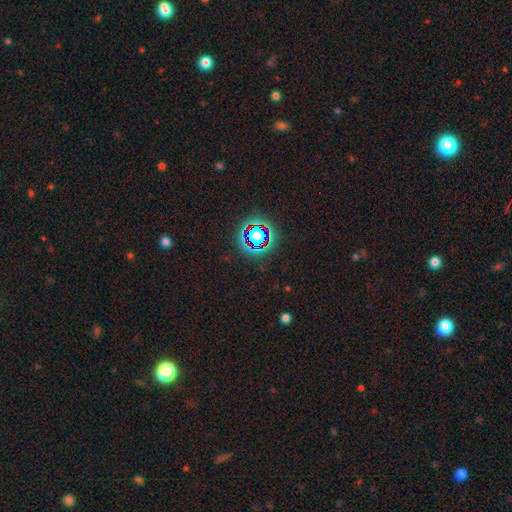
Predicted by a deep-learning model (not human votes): Morphology: type=star or artifact (79%).